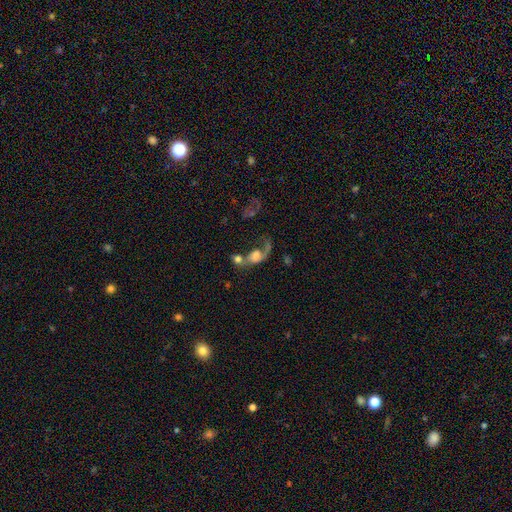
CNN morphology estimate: smooth 45%, featured or disk 43%, star or artifact 12%. Down the decision tree: merging — merger (50%).